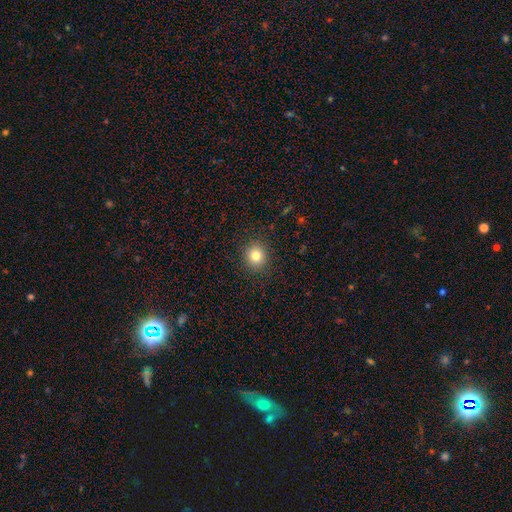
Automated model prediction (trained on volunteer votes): smooth-or-featured: smooth: 82% | star or artifact: 12% | featured or disk: 6%
  how-rounded: round: 88% | in between: 11% | cigar-shaped: 1%
  merging: none: 91% | minor disturbance: 6% | major disturbance: 2% | merger: 1%